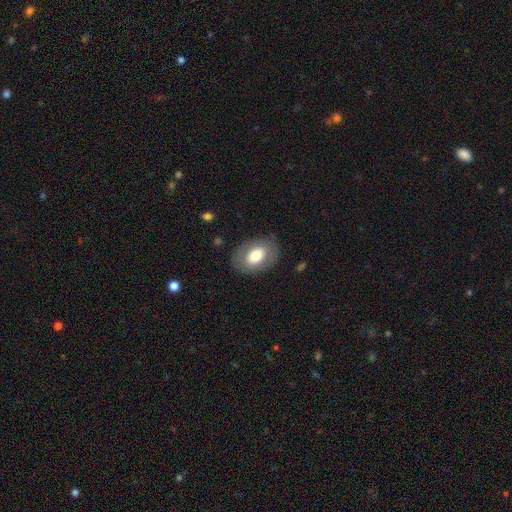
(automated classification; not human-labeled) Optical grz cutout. It shows a smooth galaxy with no disk features (69%) that is in between round and cigar-shaped (82%). Merging: none (82%).